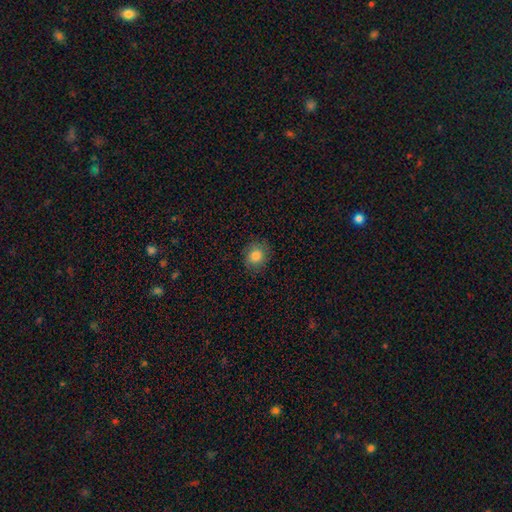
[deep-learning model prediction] smooth 84%, star or artifact 10%, featured or disk 6%. Down the decision tree: how rounded — round (72%); merging — none (84%).